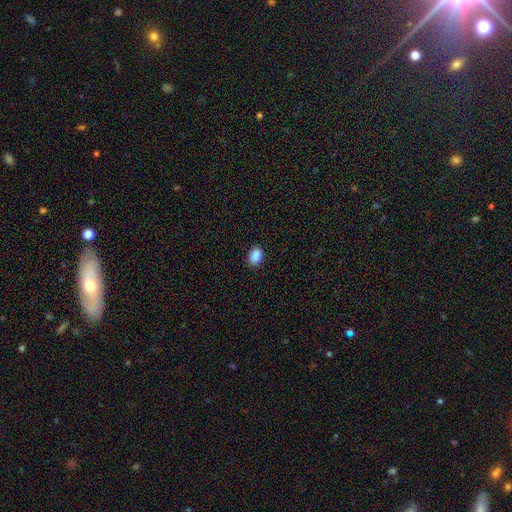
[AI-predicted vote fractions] smooth 89%, star or artifact 8%, featured or disk 3%. Down the decision tree: how rounded — in between (80%); merging — none (88%).